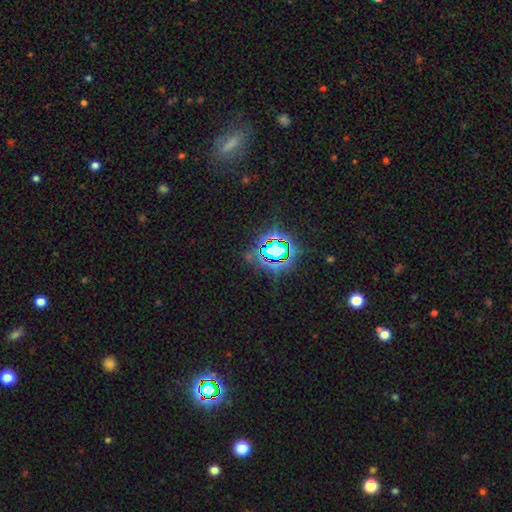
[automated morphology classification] Smooth or featured: star or artifact — 78% (smooth — 13%)